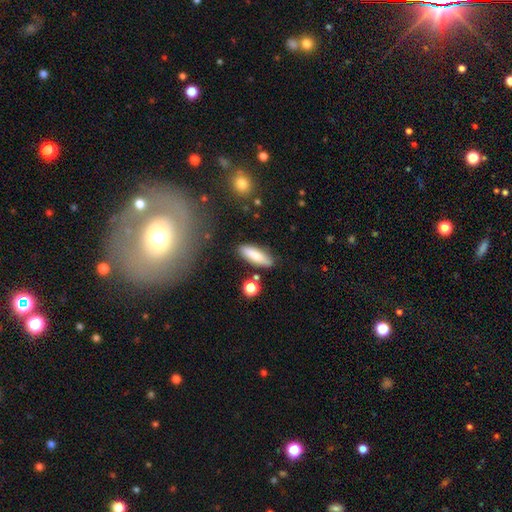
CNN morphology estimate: A smooth galaxy with no disk features (77%) that is in between round and cigar-shaped (51%).

Vote fractions:
- Smooth or featured? smooth: 77% / featured or disk: 16% / star or artifact: 7%
- How rounded? in between: 51% / cigar-shaped: 46% / round: 2%
- Merging? none: 83% / minor disturbance: 11% / merger: 4% / major disturbance: 3%